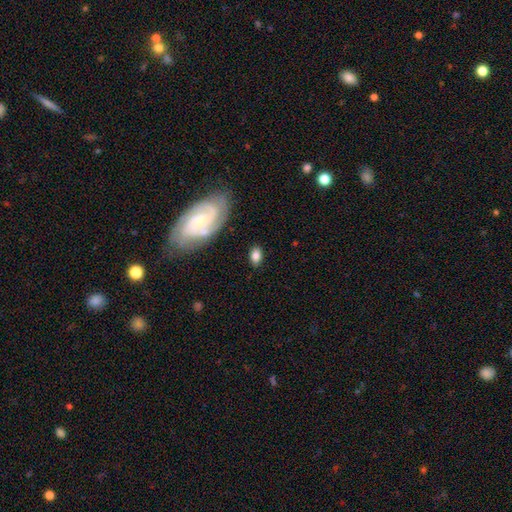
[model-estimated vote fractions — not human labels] Morphology: type=smooth (72%); roundness=in between (85%); merging=none (78%).